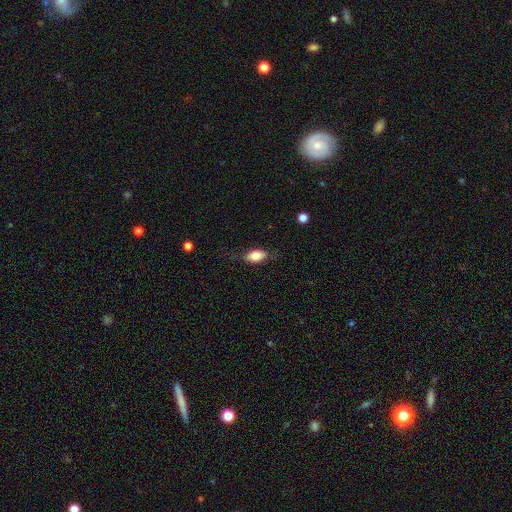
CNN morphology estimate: Smooth or featured? Predicted: smooth (p=0.79). How rounded? Predicted: in between (p=0.87). Merging? Predicted: none (p=0.71).